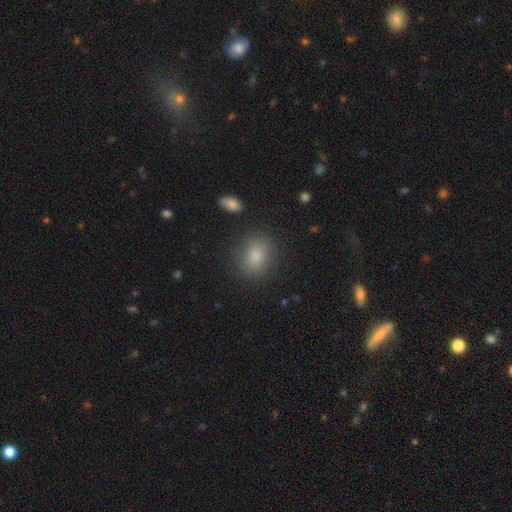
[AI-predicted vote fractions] smooth-or-featured: smooth: 84% | star or artifact: 10% | featured or disk: 6%
  how-rounded: in between: 60% | round: 38% | cigar-shaped: 2%
  merging: none: 84% | minor disturbance: 10% | major disturbance: 4% | merger: 2%